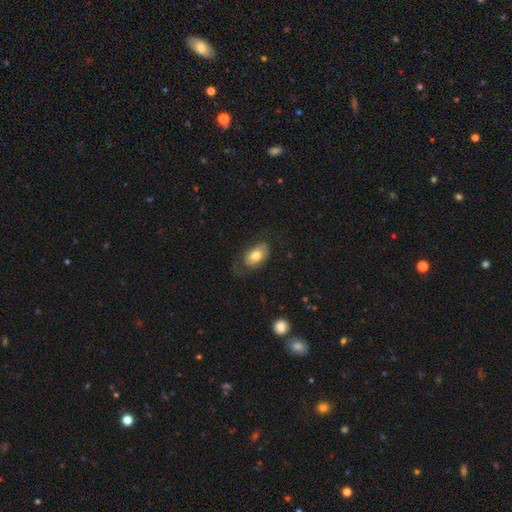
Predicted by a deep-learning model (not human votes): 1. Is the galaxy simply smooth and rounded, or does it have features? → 65% smooth, 29% featured or disk, 7% star or artifact.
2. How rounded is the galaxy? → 90% in between, 8% round, 2% cigar-shaped.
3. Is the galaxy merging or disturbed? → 51% none, 25% minor disturbance, 21% major disturbance, 2% merger.